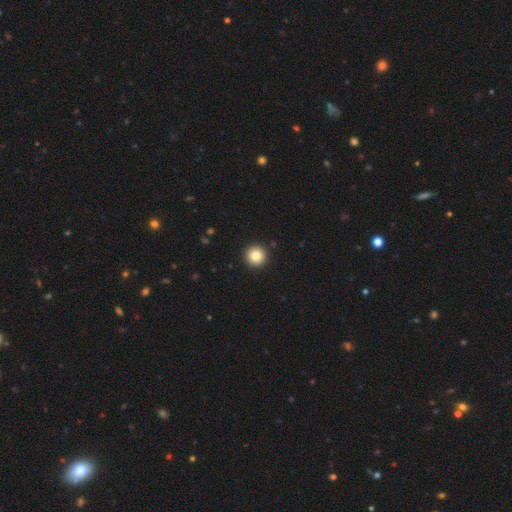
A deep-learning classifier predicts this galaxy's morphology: Q: Smooth or featured?
A: smooth (84%); runner-up: star or artifact (9%)
Q: How rounded?
A: round (96%); runner-up: in between (4%)
Q: Merging?
A: none (93%); runner-up: minor disturbance (5%)